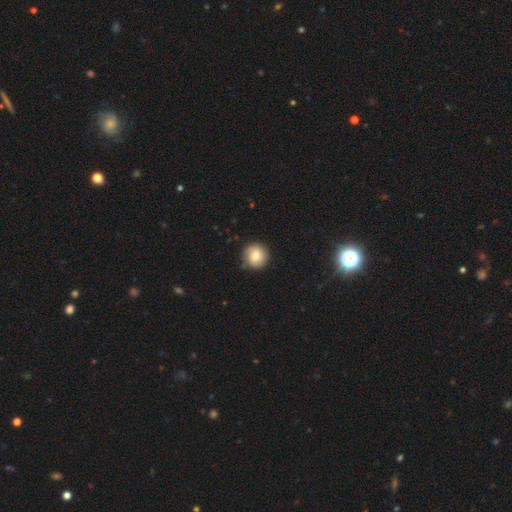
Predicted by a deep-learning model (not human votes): Smooth or featured?
  - smooth: 78% *
  - featured or disk: 14%
  - star or artifact: 8%
How rounded?
  - round: 93% *
  - in between: 6%
  - cigar-shaped: 1%
Merging?
  - none: 84% *
  - minor disturbance: 13%
  - major disturbance: 3%
  - merger: 1%